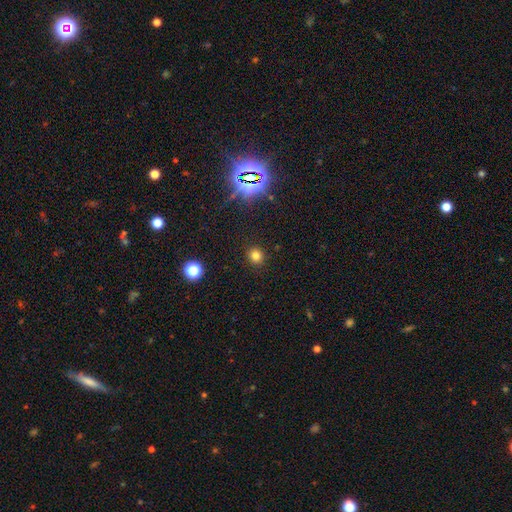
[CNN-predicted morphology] Smooth or featured? smooth (77%)
How rounded? round (89%)
Merging? none (91%)